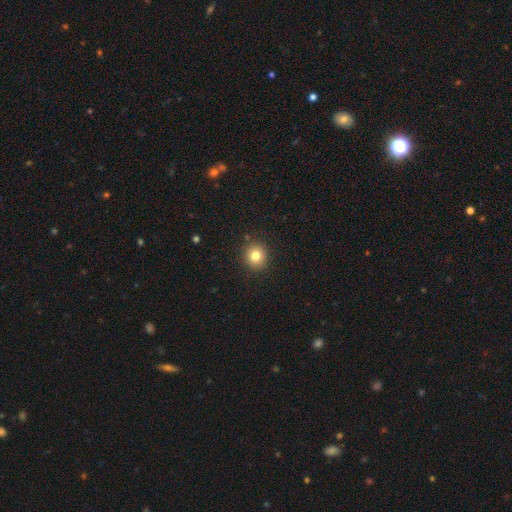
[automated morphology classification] A smooth galaxy with no disk features (81%) that is round (89%). Merging: none (90%).